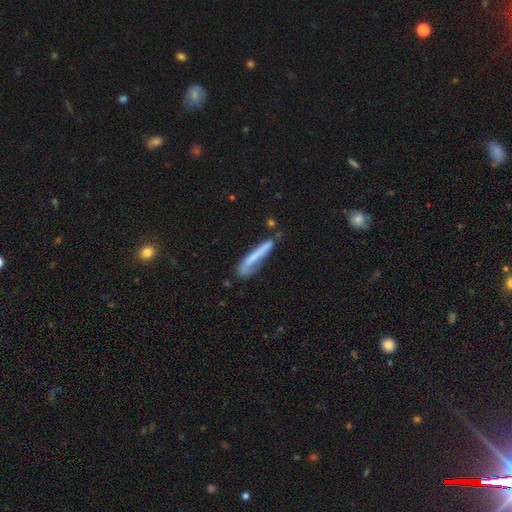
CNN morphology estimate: This appears to be a smooth galaxy with no disk features (61%) that is cigar-shaped (92%). Merging: none (52%).